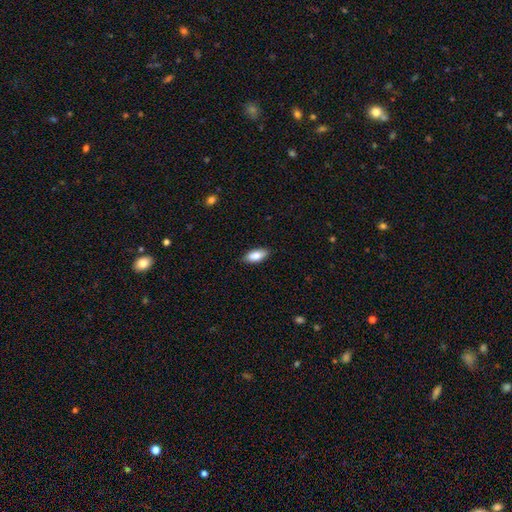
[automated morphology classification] The model was most divided on "smooth or featured": smooth: 84%, featured or disk: 10%, star or artifact: 6%. More confident: how rounded — in between (87%); merging — none (86%).